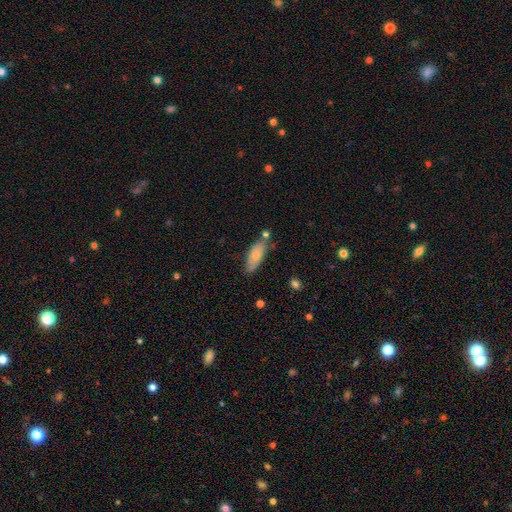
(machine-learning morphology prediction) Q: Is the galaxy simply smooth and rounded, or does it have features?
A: smooth — 74%.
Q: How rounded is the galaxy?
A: in between — 73%.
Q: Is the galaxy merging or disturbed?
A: none — 65%.